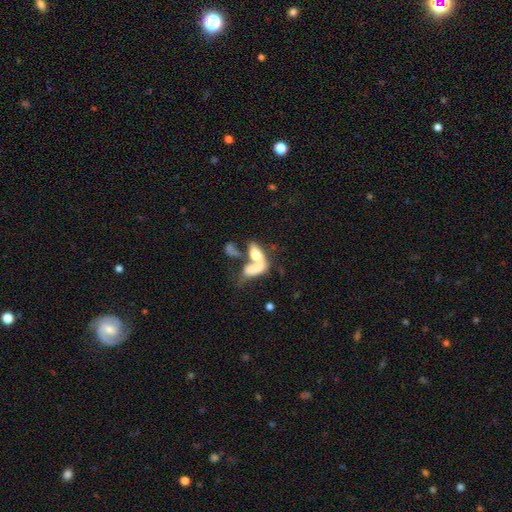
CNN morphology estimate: Overall: smooth (61%; featured or disk 31%). How rounded: in between (85%). Merging: merger (70%).